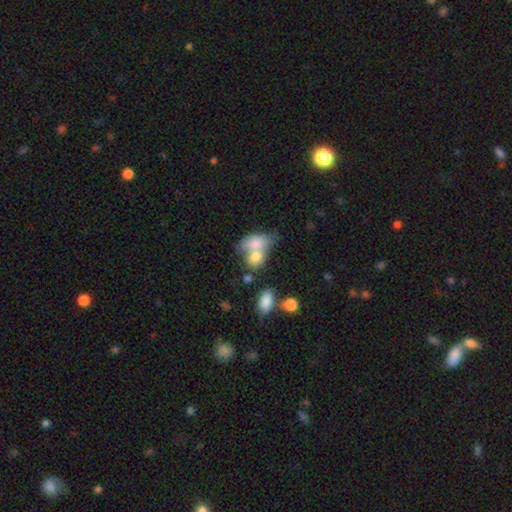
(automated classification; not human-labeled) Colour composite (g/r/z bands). It shows a smooth galaxy with no disk features (75%) that is in between round and cigar-shaped (75%). Merging: merger (66%).